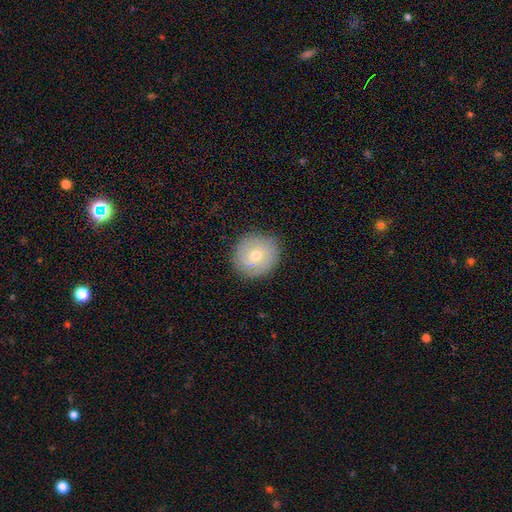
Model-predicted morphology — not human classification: This is possibly a smooth galaxy (50%). How rounded: clearly round (86%). Merging: clearly none (85%).